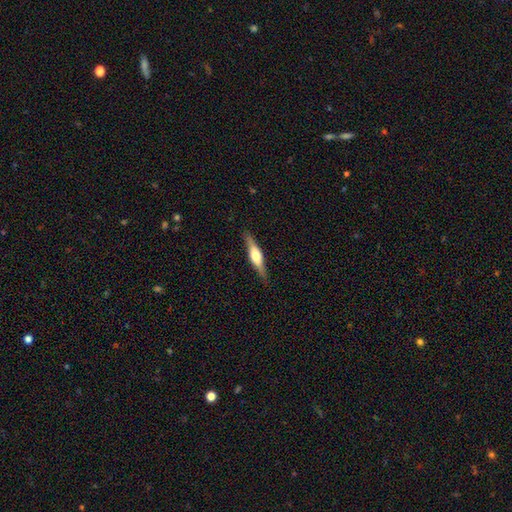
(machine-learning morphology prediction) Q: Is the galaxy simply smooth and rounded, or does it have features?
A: featured or disk — 63%.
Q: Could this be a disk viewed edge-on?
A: yes — 95%.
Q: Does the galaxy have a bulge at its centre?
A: rounded — 86%.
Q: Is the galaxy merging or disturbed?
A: none — 87%.